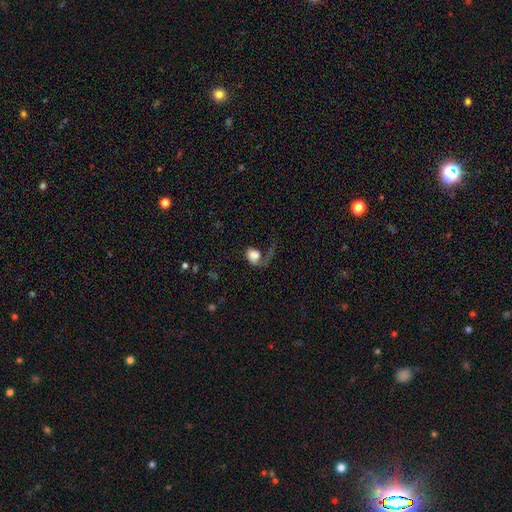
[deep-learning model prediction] A smooth galaxy with no disk features (56%) that is in between round and cigar-shaped (57%). Merging: major disturbance (57%).